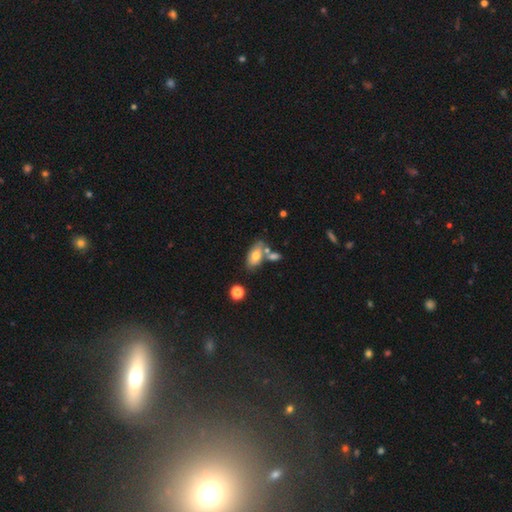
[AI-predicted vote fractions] Q: Smooth or featured?
A: smooth (69%); runner-up: featured or disk (23%)
Q: How rounded?
A: in between (90%); runner-up: cigar-shaped (5%)
Q: Merging?
A: none (54%); runner-up: merger (26%)